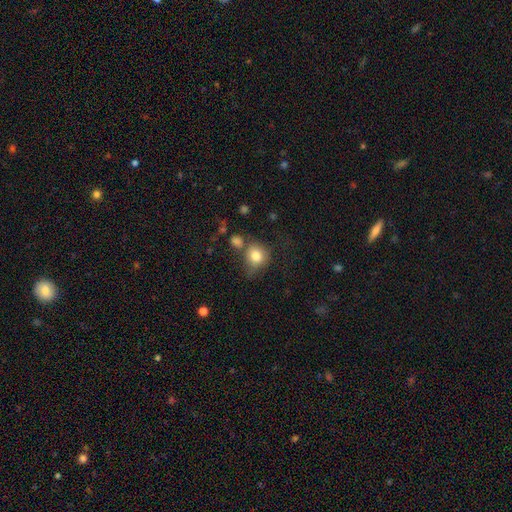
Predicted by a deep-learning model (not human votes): Smooth or featured? smooth (79%)
How rounded? round (70%)
Merging? none (48%)